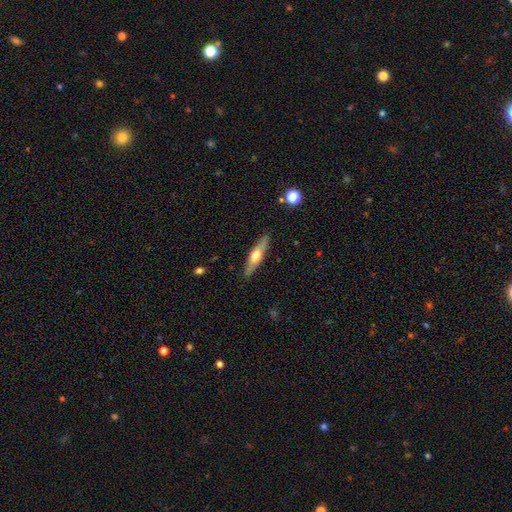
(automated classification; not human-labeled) Smooth or featured? smooth (48%)
Merging? none (88%)